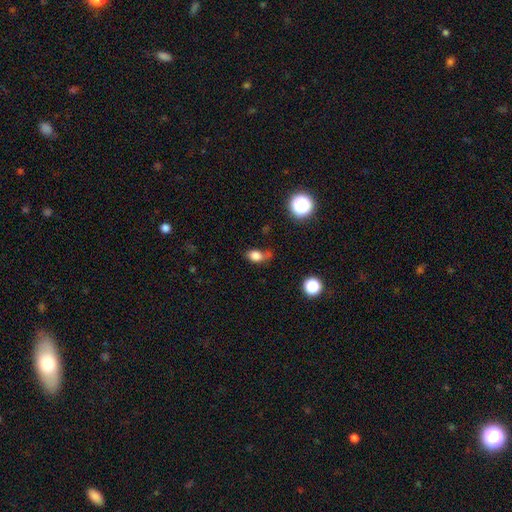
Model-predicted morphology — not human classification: smooth 80%, star or artifact 12%, featured or disk 8%. Down the decision tree: how rounded — in between (77%); merging — none (53%).